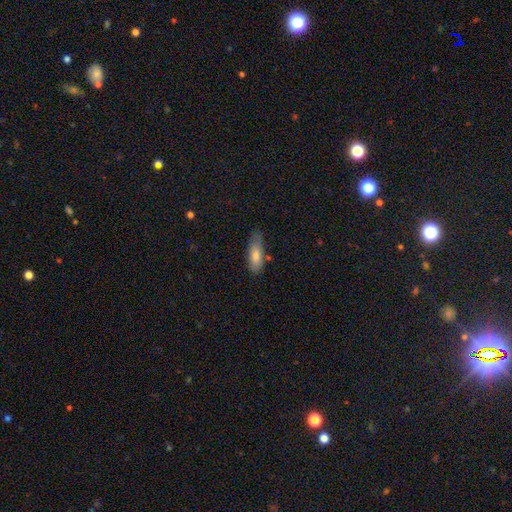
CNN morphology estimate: A smooth galaxy with no disk features (76%) that is in between round and cigar-shaped (58%).

Vote fractions:
- Smooth or featured? smooth: 76% / featured or disk: 18% / star or artifact: 7%
- How rounded? in between: 58% / cigar-shaped: 40% / round: 2%
- Merging? none: 65% / minor disturbance: 26% / major disturbance: 5% / merger: 4%